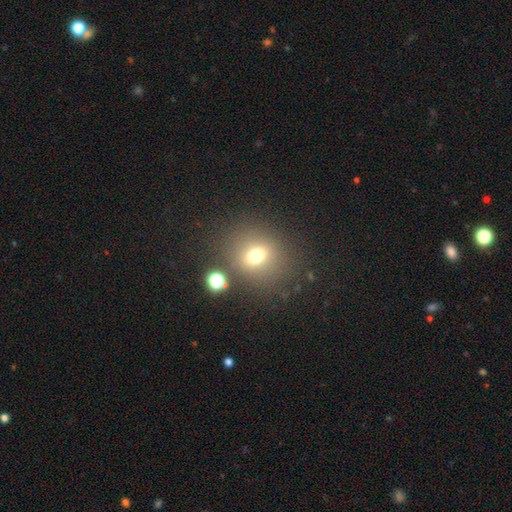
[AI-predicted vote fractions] Q: Smooth or featured?
A: smooth (69%); runner-up: star or artifact (18%)
Q: How rounded?
A: round (65%); runner-up: in between (33%)
Q: Merging?
A: none (75%); runner-up: minor disturbance (12%)